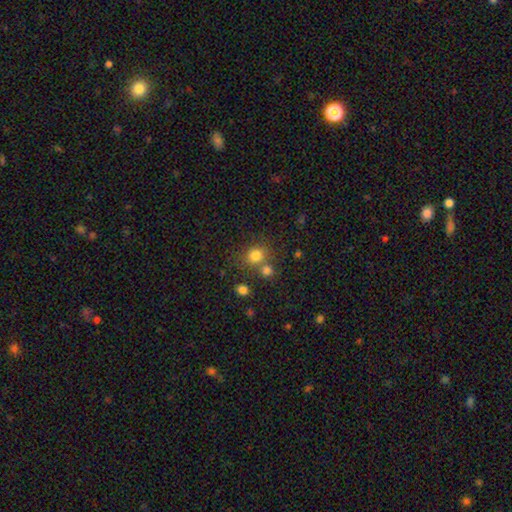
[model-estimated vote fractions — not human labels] A smooth galaxy with no disk features (79%) that is round (76%).

Vote fractions:
- Smooth or featured? smooth: 79% / star or artifact: 14% / featured or disk: 7%
- How rounded? round: 76% / in between: 23% / cigar-shaped: 1%
- Merging? none: 61% / merger: 25% / minor disturbance: 10% / major disturbance: 4%